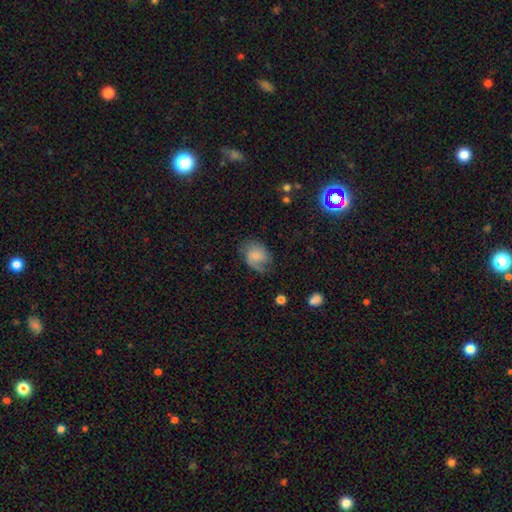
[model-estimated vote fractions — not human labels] Morphology: type=smooth (58%); roundness=in between (63%); merging=none (51%).